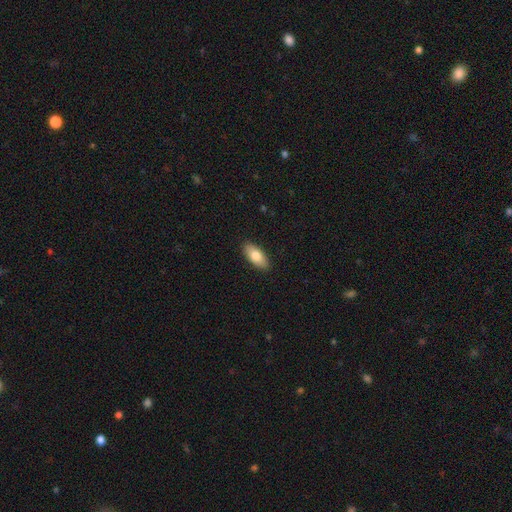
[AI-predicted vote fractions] Q: Smooth or featured?
A: smooth (80%); runner-up: featured or disk (14%)
Q: How rounded?
A: in between (88%); runner-up: cigar-shaped (10%)
Q: Merging?
A: none (90%); runner-up: minor disturbance (8%)